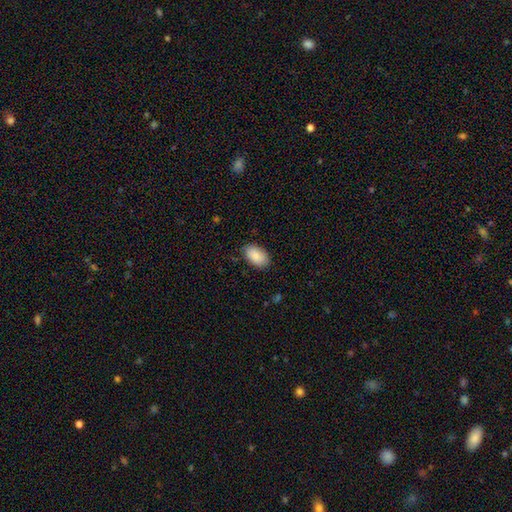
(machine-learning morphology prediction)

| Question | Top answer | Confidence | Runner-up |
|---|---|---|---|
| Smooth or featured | smooth | 88% | star or artifact (6%) |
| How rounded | in between | 94% | round (4%) |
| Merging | none | 84% | minor disturbance (12%) |